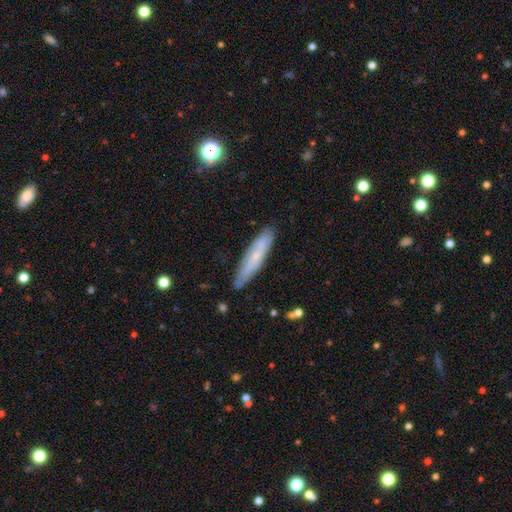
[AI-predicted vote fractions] Morphology: type=featured or disk (47%); merging=none (81%).